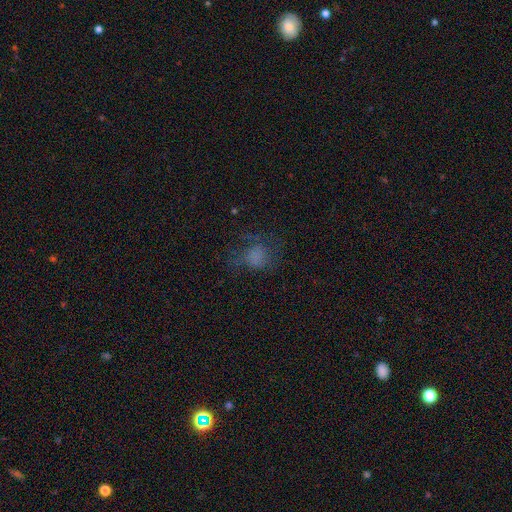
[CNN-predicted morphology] A smooth galaxy with no disk features (53%) that is round (61%). Merging: none (47%).